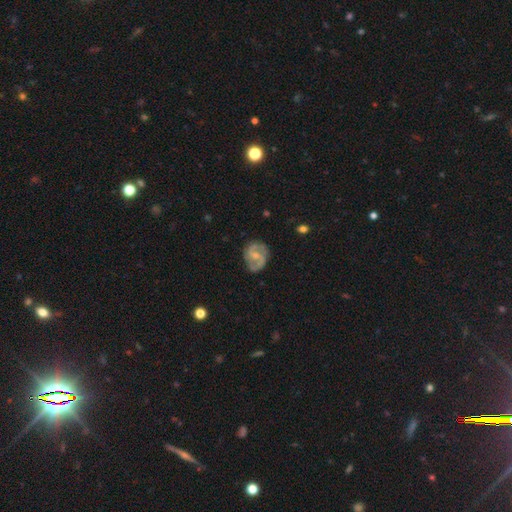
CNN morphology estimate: smooth_or_featured: featured or disk (p=0.80) [alt: smooth p=0.15]
disk_edge_on: no (p=0.98) [alt: yes p=0.02]
bar: weak (p=0.49) [alt: no p=0.35]
has_spiral_arms: yes (p=0.93) [alt: no p=0.07]
spiral_winding: medium (p=0.53) [alt: tight p=0.26]
spiral_arm_count: 2 (p=0.89) [alt: can't tell p=0.05]
bulge_size: small (p=0.56) [alt: moderate p=0.35]
merging: none (p=0.76) [alt: minor disturbance p=0.17]